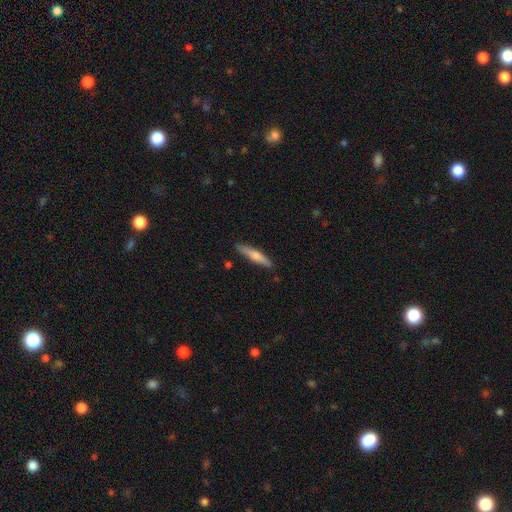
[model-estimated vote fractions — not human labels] Morphology: type=smooth (63%); roundness=cigar-shaped (89%); merging=none (86%).